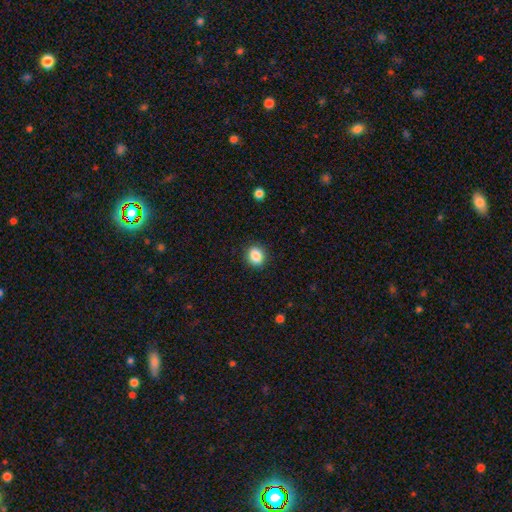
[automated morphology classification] Q: Smooth or featured?
A: smooth (87%); runner-up: star or artifact (9%)
Q: How rounded?
A: round (65%); runner-up: in between (34%)
Q: Merging?
A: none (90%); runner-up: minor disturbance (7%)